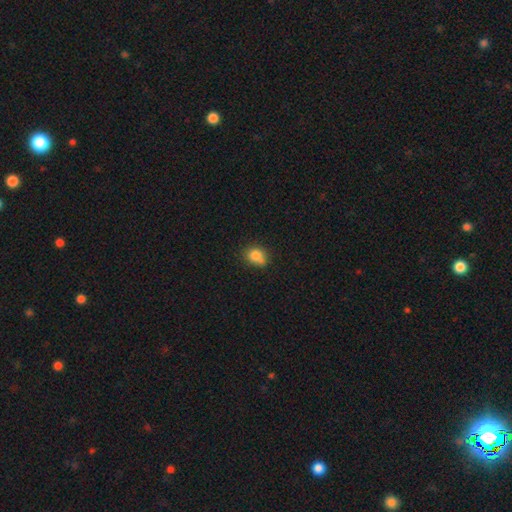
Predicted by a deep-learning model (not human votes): This is likely a smooth galaxy (79%). How rounded: likely round (64%). Merging: possibly none (52%).